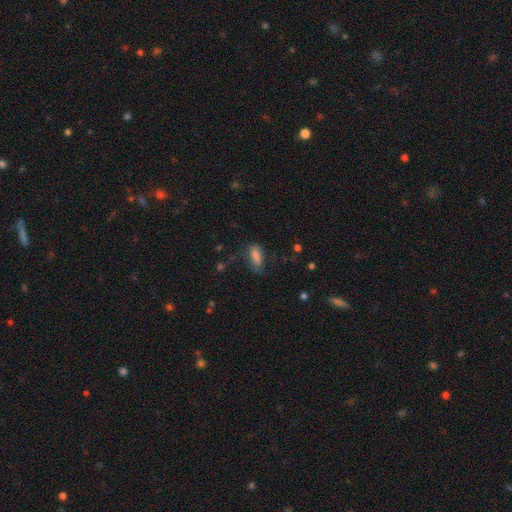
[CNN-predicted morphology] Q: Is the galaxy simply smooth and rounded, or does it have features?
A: smooth — 76%.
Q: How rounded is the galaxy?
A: in between — 72%.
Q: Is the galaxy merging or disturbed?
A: none — 61%.